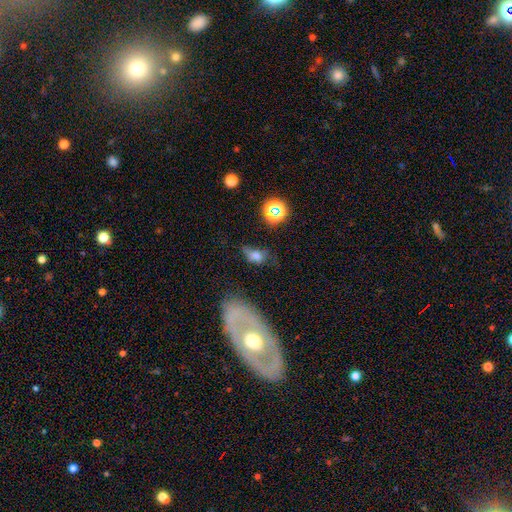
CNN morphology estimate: smooth 62%, featured or disk 21%, star or artifact 18%. Down the decision tree: how rounded — in between (73%); merging — none (36%).